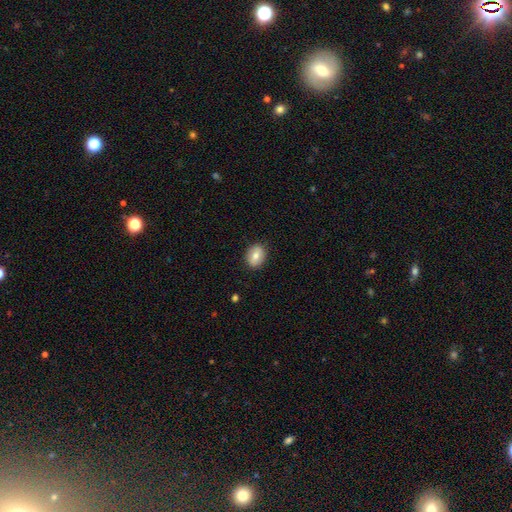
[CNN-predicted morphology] smooth 76%, featured or disk 16%, star or artifact 8%. Down the decision tree: how rounded — in between (57%); merging — none (87%).